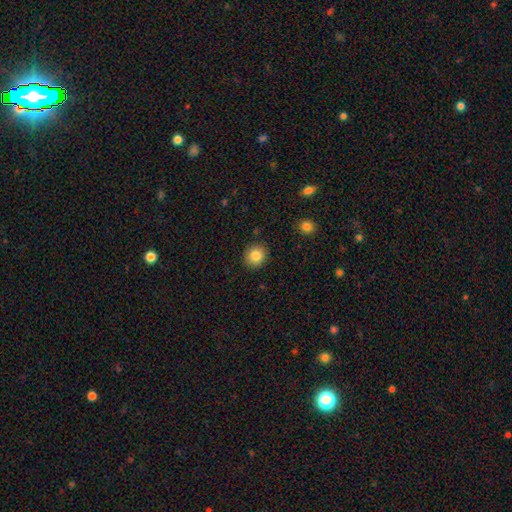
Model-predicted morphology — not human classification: Overall: smooth (84%). How rounded: round (84%). Merging: none (90%).